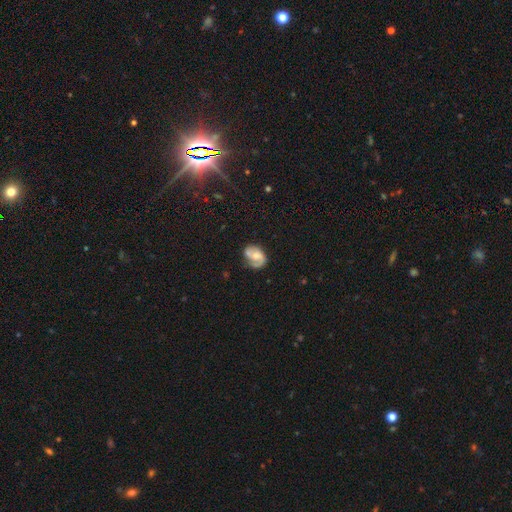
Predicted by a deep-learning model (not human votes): Q: Smooth or featured?
A: featured or disk (66%); runner-up: smooth (27%)
Q: Edge-on disk?
A: no (97%); runner-up: yes (3%)
Q: Bar?
A: no (58%); runner-up: weak (35%)
Q: Spiral arms?
A: yes (89%); runner-up: no (11%)
Q: Spiral winding?
A: medium (45%); runner-up: loose (28%)
Q: Spiral arm count?
A: 2 (72%); runner-up: 1 (16%)
Q: Bulge size?
A: moderate (50%); runner-up: small (34%)
Q: Merging?
A: none (57%); runner-up: minor disturbance (26%)